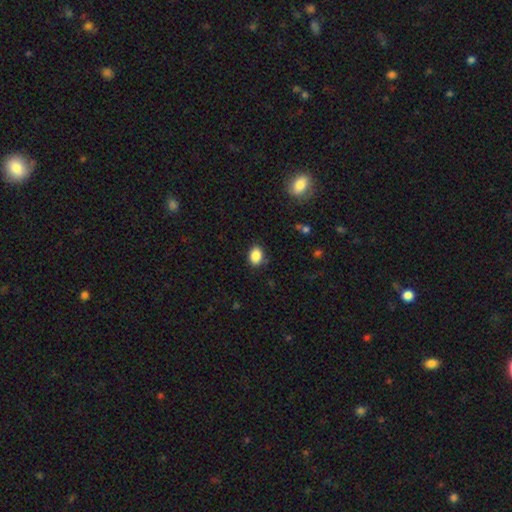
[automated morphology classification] Smooth or featured: smooth — 87% (star or artifact — 9%)
How rounded: in between — 72% (round — 27%)
Merging: none — 81% (minor disturbance — 14%)